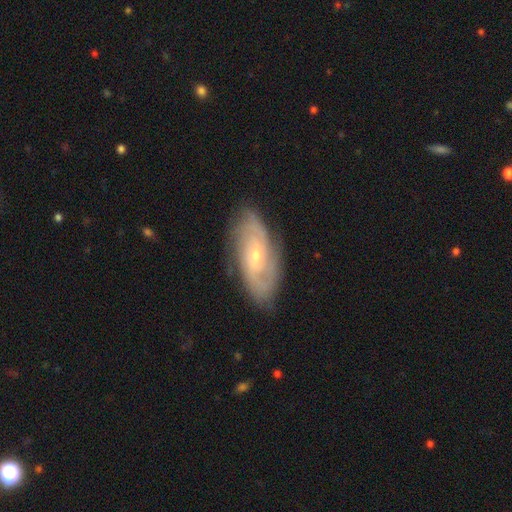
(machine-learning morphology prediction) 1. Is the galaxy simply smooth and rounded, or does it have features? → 79% featured or disk, 15% smooth, 6% star or artifact.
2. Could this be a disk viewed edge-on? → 92% no, 8% yes.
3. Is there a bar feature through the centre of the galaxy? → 59% no, 33% weak, 8% strong.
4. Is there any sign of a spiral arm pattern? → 92% yes, 8% no.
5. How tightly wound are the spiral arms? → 54% tight, 35% medium, 11% loose.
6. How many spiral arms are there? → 35% can't tell (tied), 35% 2 (tied), 14% 3, 8% 4, 4% 1, 4% more than 4.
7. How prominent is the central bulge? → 71% small, 26% moderate, 1% none, 1% large, 1% dominant.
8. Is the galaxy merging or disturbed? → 81% none, 15% minor disturbance, 4% major disturbance, 1% merger.